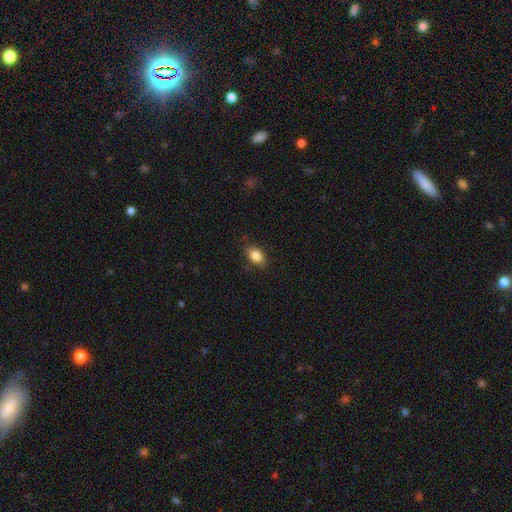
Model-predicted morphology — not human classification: Overall: smooth (85%). How rounded: in between (82%). Merging: none (82%).